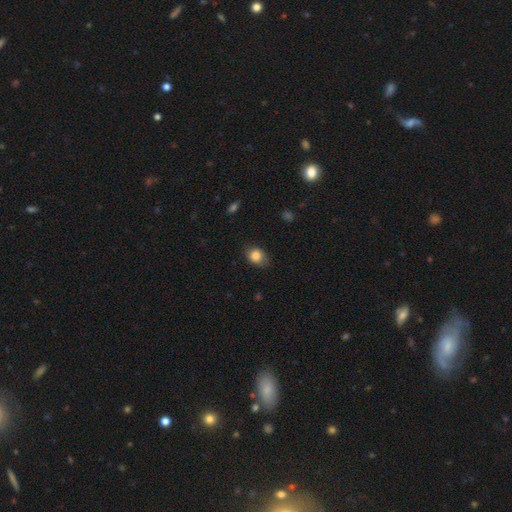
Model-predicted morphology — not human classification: This appears to be a smooth galaxy with no disk features (84%) that is in between round and cigar-shaped (53%). Merging: none (73%).